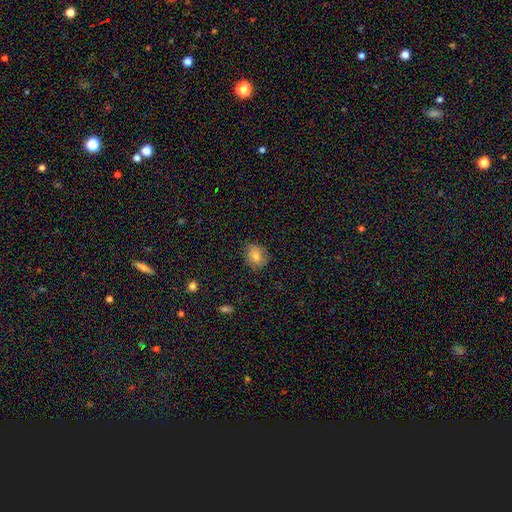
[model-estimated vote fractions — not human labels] smooth 72%, featured or disk 16%, star or artifact 12%. Down the decision tree: how rounded — round (52%); merging — none (78%).